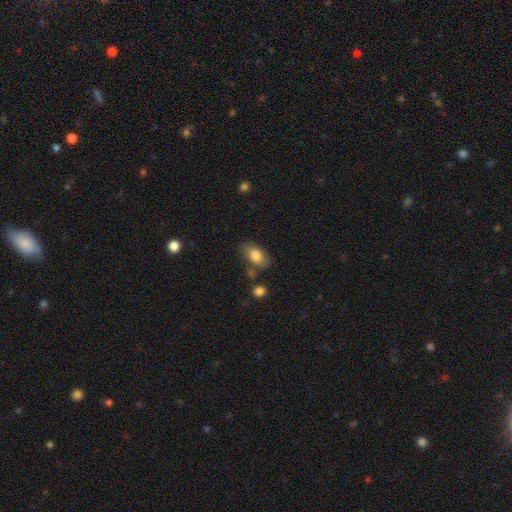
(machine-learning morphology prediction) This appears to be a smooth galaxy with no disk features (80%) that is in between round and cigar-shaped (90%). Merging: none (70%).